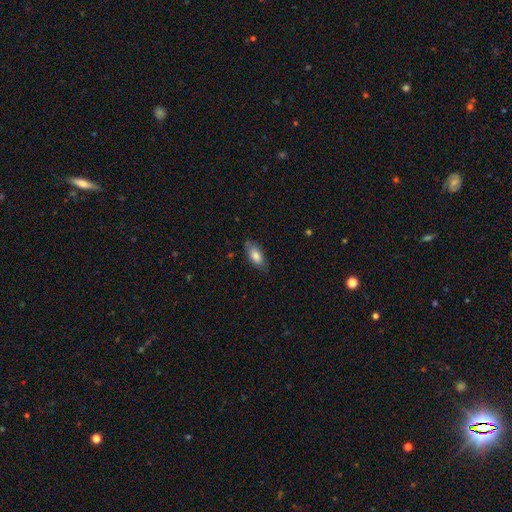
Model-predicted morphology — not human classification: Smooth or featured? smooth (80%)
How rounded? in between (86%)
Merging? none (79%)